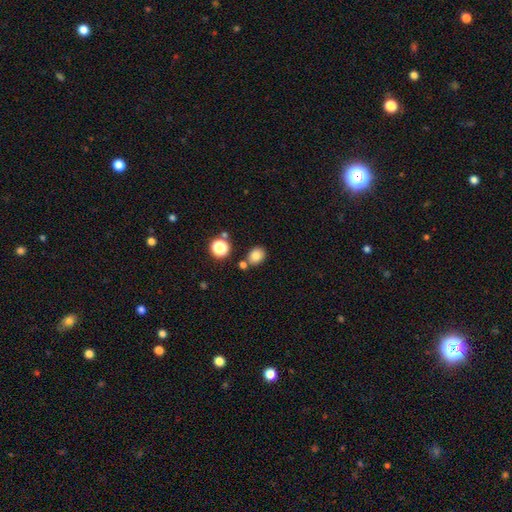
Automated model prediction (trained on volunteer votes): Smooth or featured? smooth (80%)
How rounded? round (54%)
Merging? none (74%)